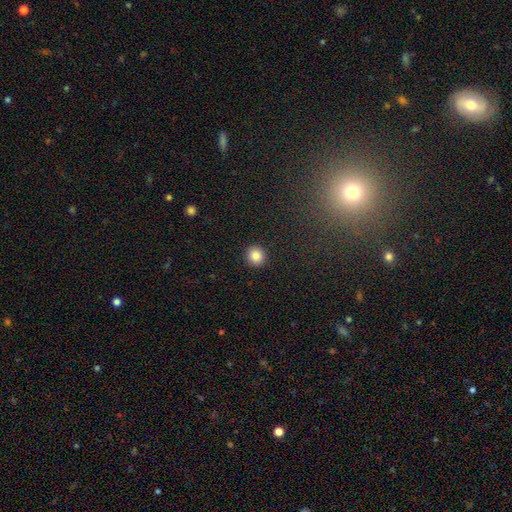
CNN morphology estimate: This is clearly a smooth galaxy (86%). How rounded: clearly round (90%). Merging: clearly none (93%).